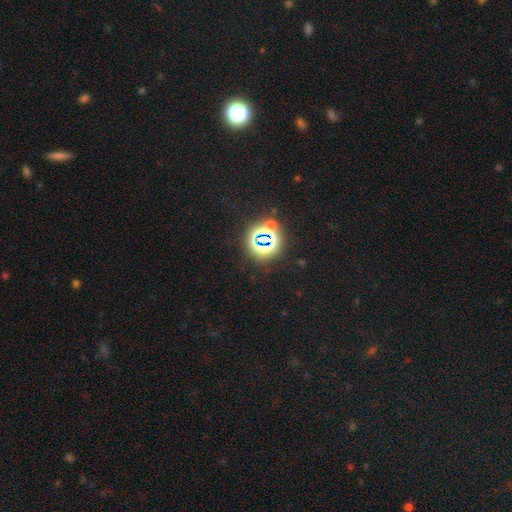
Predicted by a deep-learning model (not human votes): smooth_or_featured: star or artifact (p=0.74) [alt: smooth p=0.20]